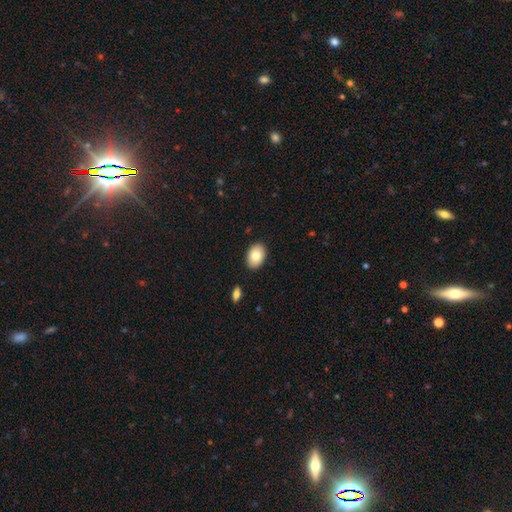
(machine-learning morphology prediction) smooth_or_featured: smooth (p=0.81) [alt: featured or disk p=0.12]
how_rounded: in between (p=0.87) [alt: round p=0.12]
merging: none (p=0.89) [alt: minor disturbance p=0.08]